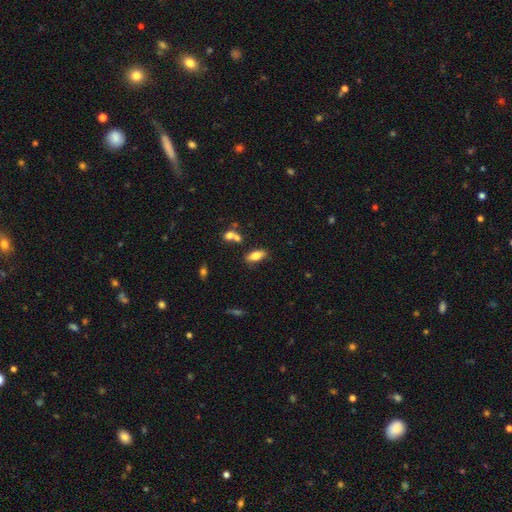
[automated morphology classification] A smooth galaxy with no disk features (74%) that is in between round and cigar-shaped (82%).

Vote fractions:
- Smooth or featured? smooth: 74% / featured or disk: 18% / star or artifact: 9%
- How rounded? in between: 82% / cigar-shaped: 14% / round: 3%
- Merging? none: 76% / minor disturbance: 12% / merger: 9% / major disturbance: 3%